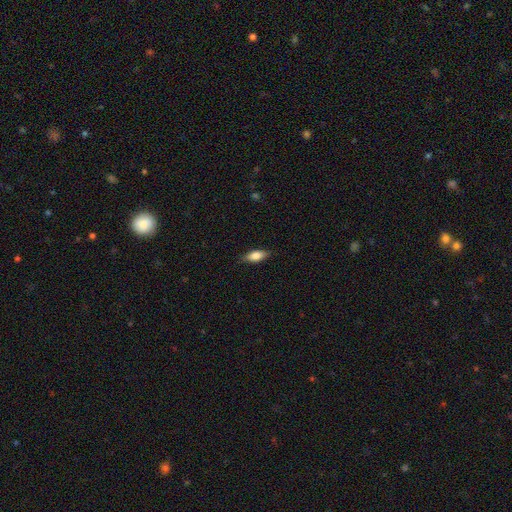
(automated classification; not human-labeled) This appears to be a smooth galaxy with no disk features (77%) that is in between round and cigar-shaped (75%). Merging: none (85%).